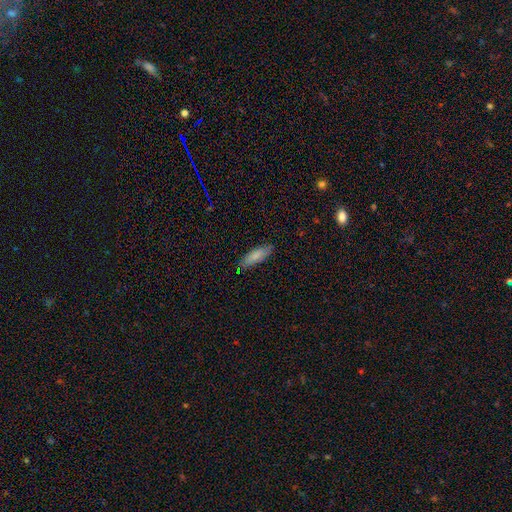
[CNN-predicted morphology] Smooth or featured? smooth (82%)
How rounded? in between (51%)
Merging? none (84%)